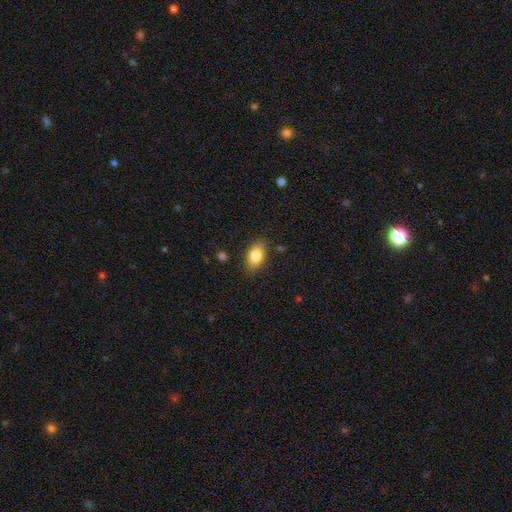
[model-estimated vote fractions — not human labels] The model was most divided on "merging": none: 84%, minor disturbance: 12%, major disturbance: 3%, merger: 1%. More confident: how rounded — in between (88%); smooth or featured — smooth (82%).